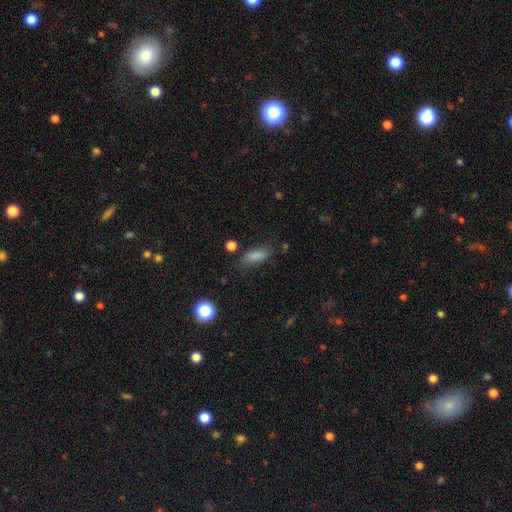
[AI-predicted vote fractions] Q: Smooth or featured?
A: smooth (83%); runner-up: star or artifact (10%)
Q: How rounded?
A: in between (65%); runner-up: cigar-shaped (32%)
Q: Merging?
A: none (71%); runner-up: minor disturbance (19%)